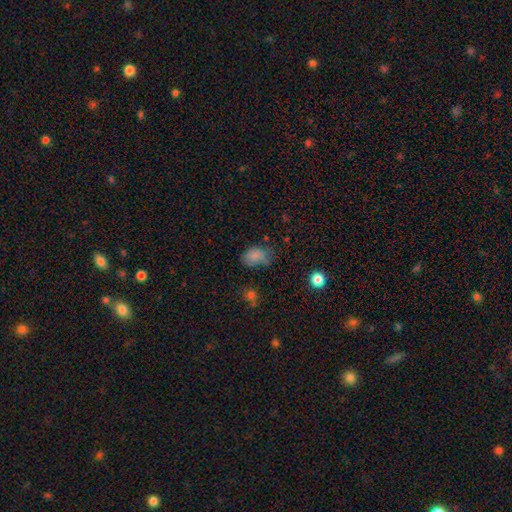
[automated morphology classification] This is likely a smooth galaxy (78%). How rounded: likely in between (78%). Merging: possibly none (45%).